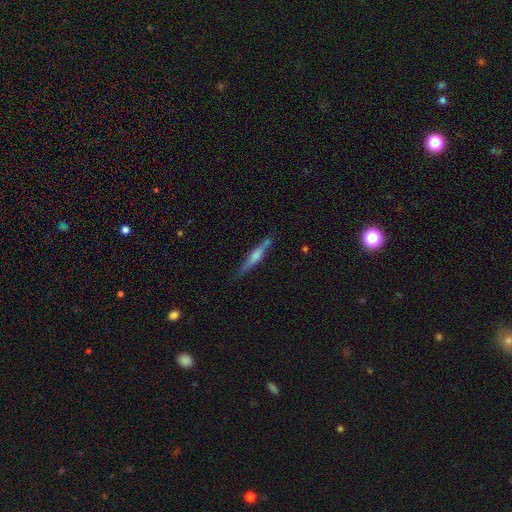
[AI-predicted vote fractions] featured or disk 60%, smooth 33%, star or artifact 7%. Down the decision tree: edge-on disk — yes (95%); edge-on bulge — rounded (62%); merging — none (75%).